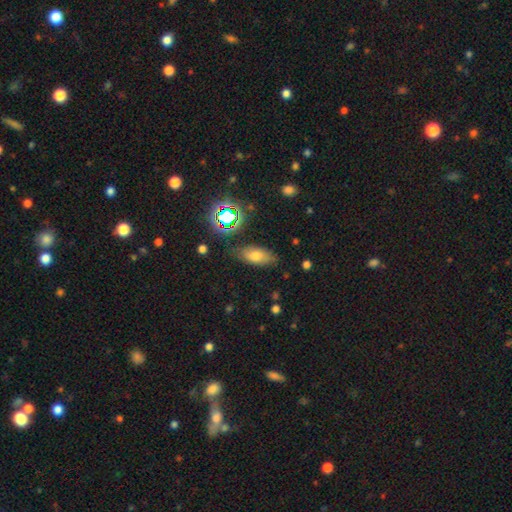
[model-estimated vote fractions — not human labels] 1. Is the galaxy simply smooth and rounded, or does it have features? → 64% smooth, 18% star or artifact, 17% featured or disk.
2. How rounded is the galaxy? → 83% in between, 11% cigar-shaped, 6% round.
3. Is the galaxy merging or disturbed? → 79% none, 14% minor disturbance, 4% major disturbance, 2% merger.